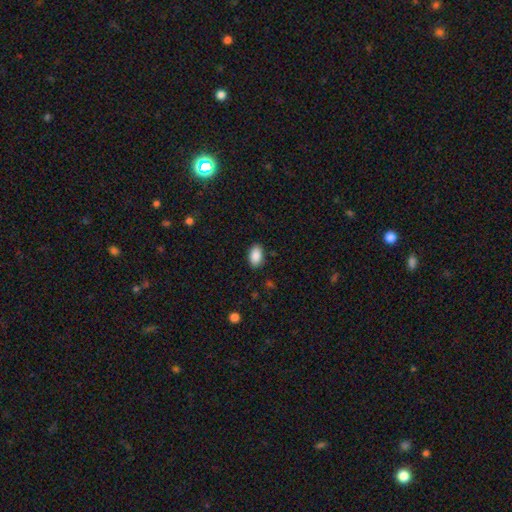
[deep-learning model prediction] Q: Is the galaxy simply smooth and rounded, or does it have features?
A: smooth — 89%.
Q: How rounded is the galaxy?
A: in between — 92%.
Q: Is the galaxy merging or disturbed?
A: none — 88%.